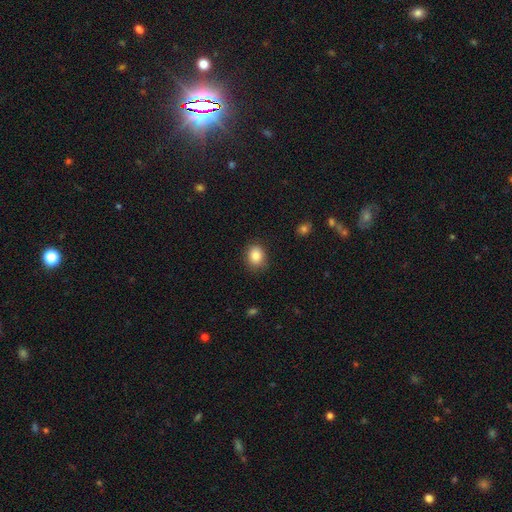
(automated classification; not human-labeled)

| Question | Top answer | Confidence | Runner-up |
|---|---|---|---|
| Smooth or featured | smooth | 85% | star or artifact (9%) |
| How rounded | round | 60% | in between (39%) |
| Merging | none | 83% | minor disturbance (13%) |